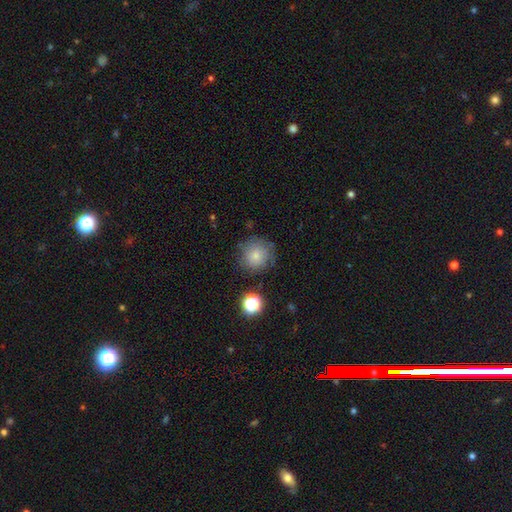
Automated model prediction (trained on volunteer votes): This is likely a smooth galaxy (75%). How rounded: clearly round (93%). Merging: likely none (74%).